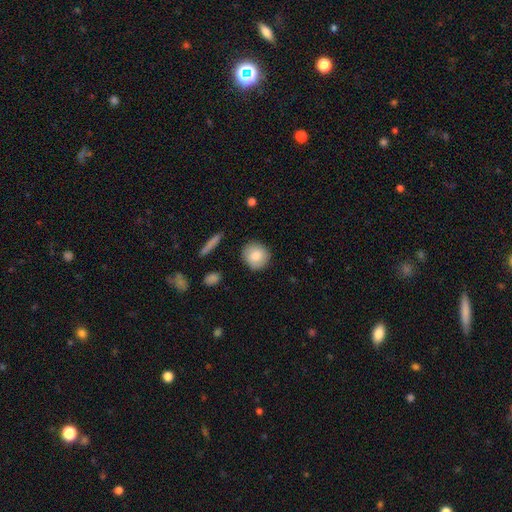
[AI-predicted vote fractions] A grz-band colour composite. It shows a smooth galaxy with no disk features (82%) that is round (90%). Merging: none (88%).